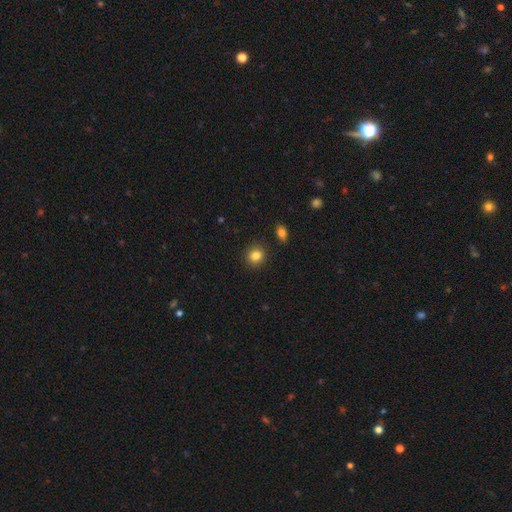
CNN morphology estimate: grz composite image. It shows a smooth galaxy with no disk features (84%) that is round (84%). Merging: none (90%).